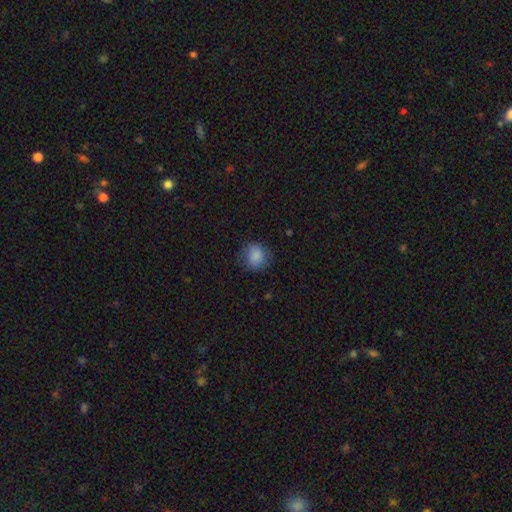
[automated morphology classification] Q: Smooth or featured?
A: smooth (86%); runner-up: star or artifact (9%)
Q: How rounded?
A: round (72%); runner-up: in between (27%)
Q: Merging?
A: none (74%); runner-up: minor disturbance (18%)